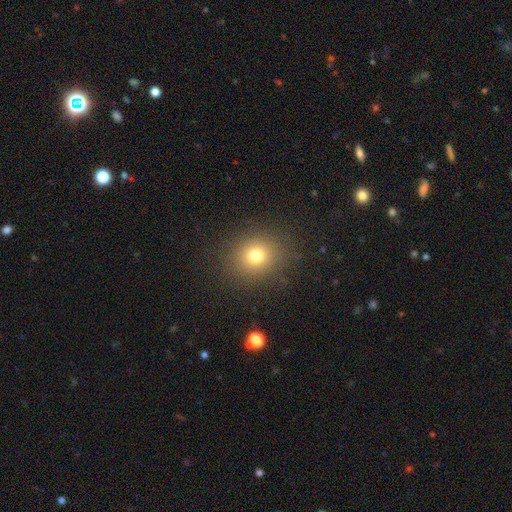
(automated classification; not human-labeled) smooth-or-featured: smooth: 75% | star or artifact: 16% | featured or disk: 9%
  how-rounded: round: 77% | in between: 22% | cigar-shaped: 1%
  merging: none: 87% | minor disturbance: 8% | major disturbance: 4% | merger: 1%